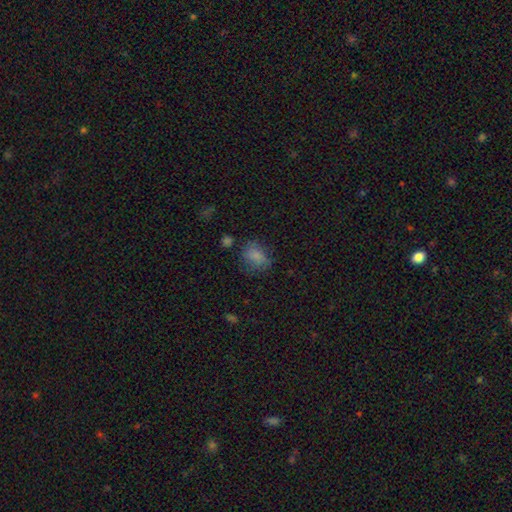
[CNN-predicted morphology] type=smooth (77%); roundness=in between (58%); merging=none (59%).